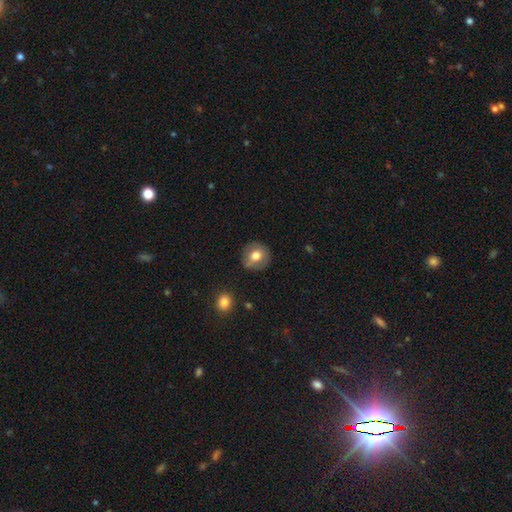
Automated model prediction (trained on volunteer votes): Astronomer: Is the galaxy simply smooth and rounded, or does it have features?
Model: smooth — 69%.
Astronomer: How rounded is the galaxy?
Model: round — 87%.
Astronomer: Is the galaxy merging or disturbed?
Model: none — 80%.